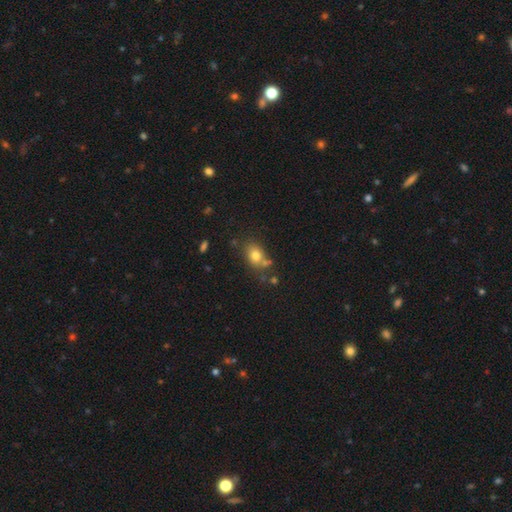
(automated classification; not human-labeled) The model was most divided on "how rounded": in between: 62%, round: 37%, cigar-shaped: 1%. More confident: smooth or featured — smooth (76%); merging — none (62%).